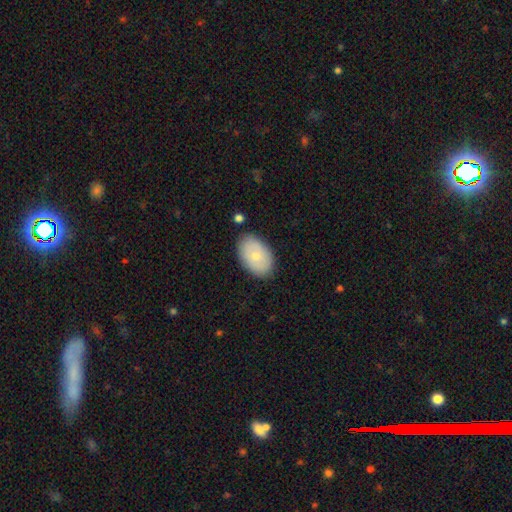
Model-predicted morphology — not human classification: Smooth or featured? smooth (65%)
How rounded? in between (89%)
Merging? none (84%)